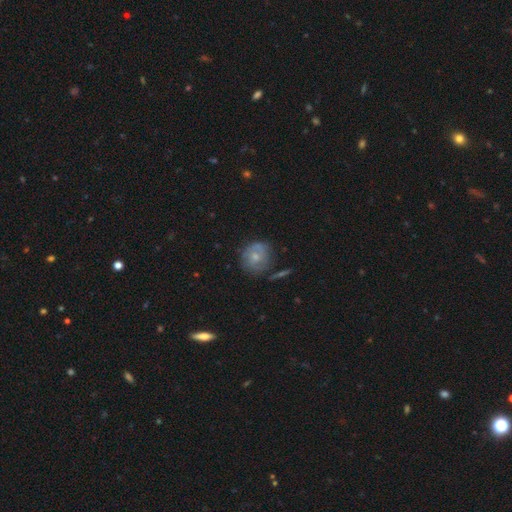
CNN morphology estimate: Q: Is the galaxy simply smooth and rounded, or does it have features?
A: featured or disk — 47%.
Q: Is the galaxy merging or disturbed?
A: none — 66%.